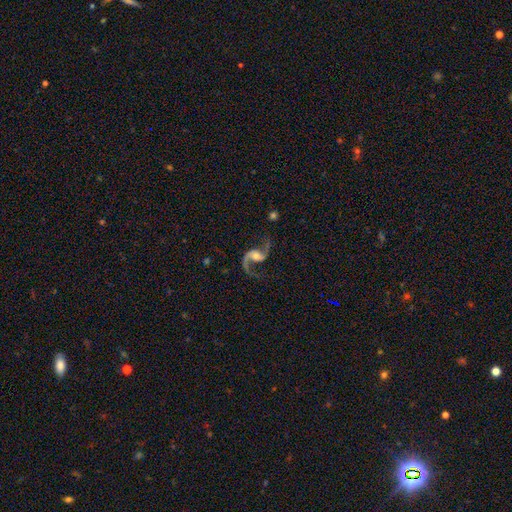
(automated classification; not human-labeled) Smooth or featured?
  - featured or disk: 93% *
  - star or artifact: 4%
  - smooth: 3%
Edge-on disk?
  - no: 98% *
  - yes: 2%
Bar?
  - no: 45% *
  - weak: 37%
  - strong: 19%
Spiral arms?
  - yes: 98% *
  - no: 2%
Spiral winding?
  - loose: 68% *
  - medium: 27%
  - tight: 4%
Spiral arm count?
  - 2: 92% *
  - 1: 4%
  - can't tell: 1%
  - 3: 1%
  - 4: 1%
  - more than 4: 1%
Bulge size?
  - moderate: 48% *
  - small: 41%
  - large: 5%
  - none: 4%
  - dominant: 2%
Merging?
  - none: 73% *
  - minor disturbance: 13%
  - major disturbance: 12%
  - merger: 2%